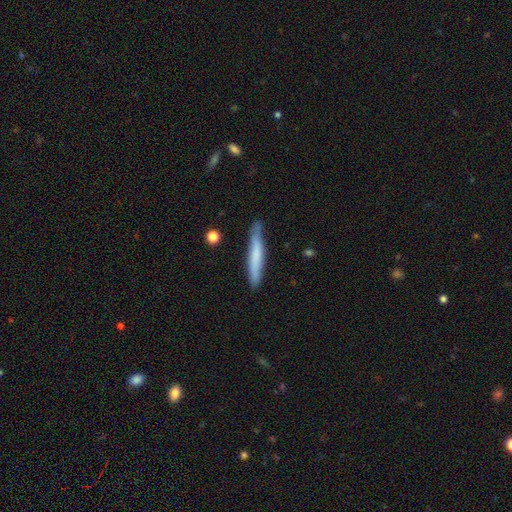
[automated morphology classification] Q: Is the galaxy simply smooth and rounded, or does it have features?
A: smooth — 65%.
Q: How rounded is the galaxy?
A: cigar-shaped — 95%.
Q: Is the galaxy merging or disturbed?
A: none — 83%.